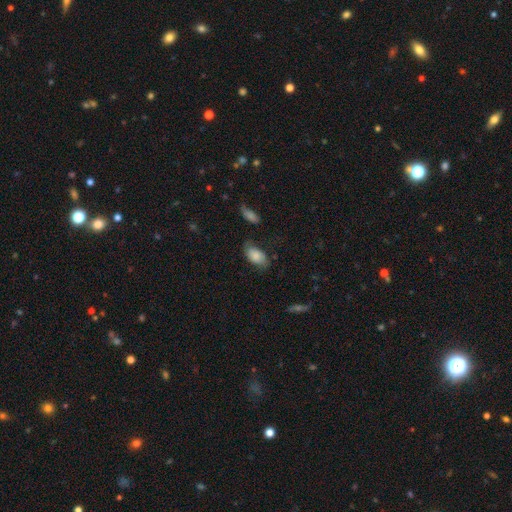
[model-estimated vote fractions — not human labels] Smooth or featured? smooth (78%)
How rounded? in between (93%)
Merging? none (63%)